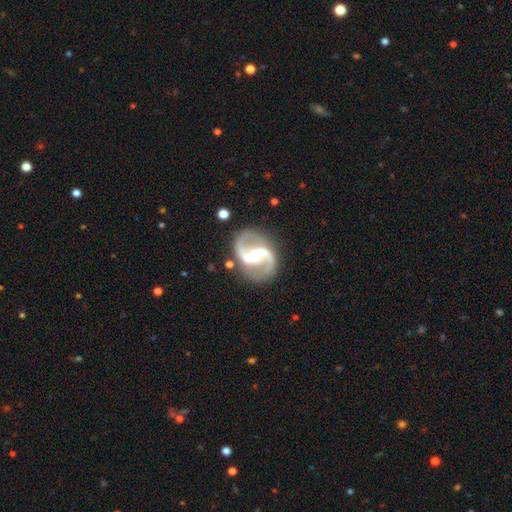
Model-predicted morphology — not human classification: A featured or disk galaxy (92%) with a strong bar (44%), 2 (94%) medium (48%) spiral arms (97%) and a small central bulge (48%). Merging: none (81%).